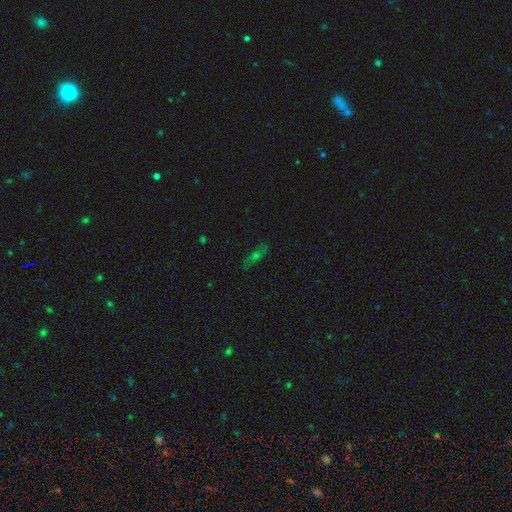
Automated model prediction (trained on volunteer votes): featured or disk 37%, smooth 33%, star or artifact 30%. Down the decision tree: merging — none (80%).